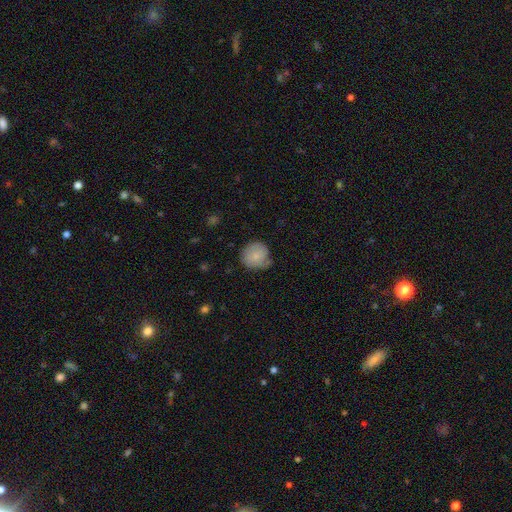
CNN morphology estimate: The model was most divided on "merging": none: 61%, minor disturbance: 29%, major disturbance: 6%, merger: 3%. More confident: how rounded — round (87%); smooth or featured — smooth (78%).